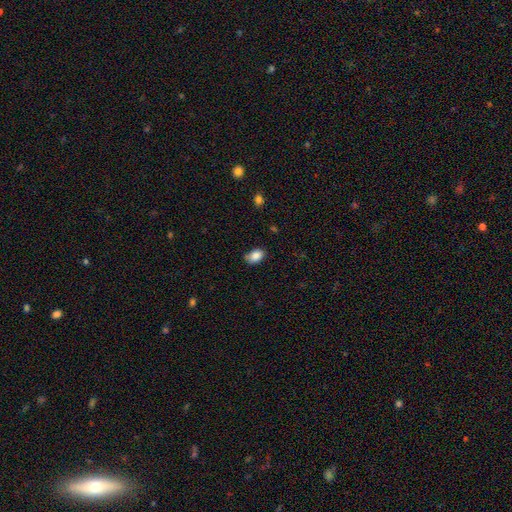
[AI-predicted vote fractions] A smooth galaxy with no disk features (87%) that is in between round and cigar-shaped (86%). Merging: none (75%).